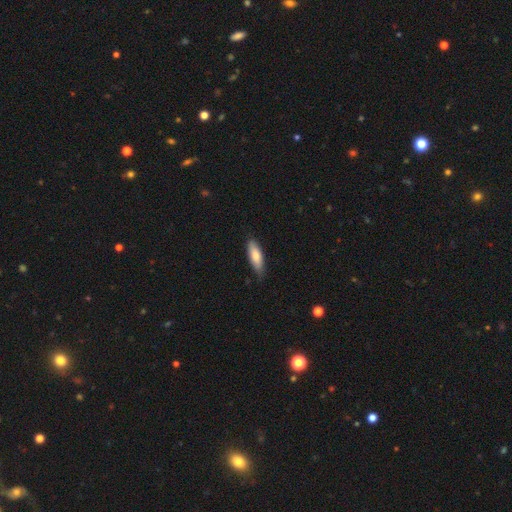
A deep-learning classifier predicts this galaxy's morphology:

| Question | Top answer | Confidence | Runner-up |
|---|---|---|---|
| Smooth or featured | smooth | 77% | featured or disk (17%) |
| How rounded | in between | 55% | cigar-shaped (43%) |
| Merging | none | 78% | minor disturbance (19%) |